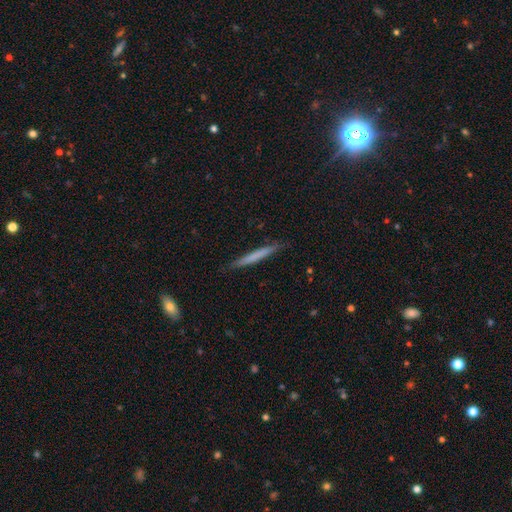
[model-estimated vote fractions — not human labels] smooth-or-featured: smooth: 63% | featured or disk: 32% | star or artifact: 6%
  how-rounded: cigar-shaped: 97% | in between: 2% | round: 1%
  merging: none: 88% | minor disturbance: 9% | major disturbance: 2% | merger: 1%